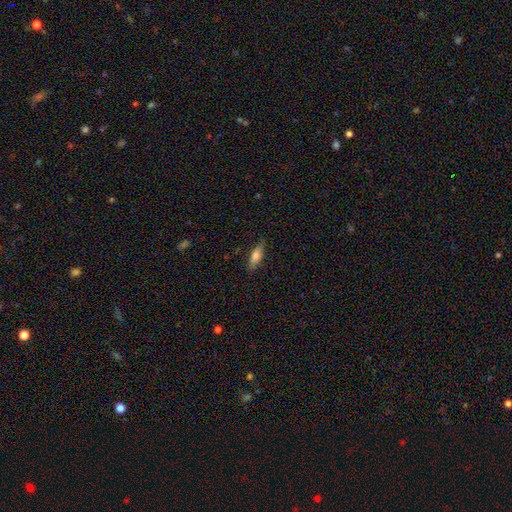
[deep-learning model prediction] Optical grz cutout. It shows a smooth galaxy with no disk features (76%) that is in between round and cigar-shaped (56%). Merging: none (80%).